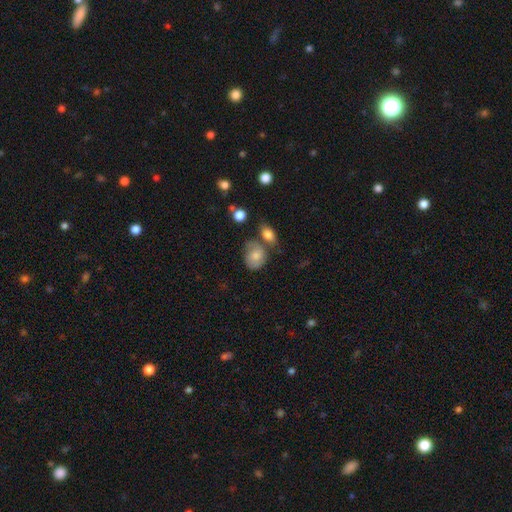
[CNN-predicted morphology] A smooth galaxy with no disk features (68%) that is in between round and cigar-shaped (52%). Merging: none (45%).